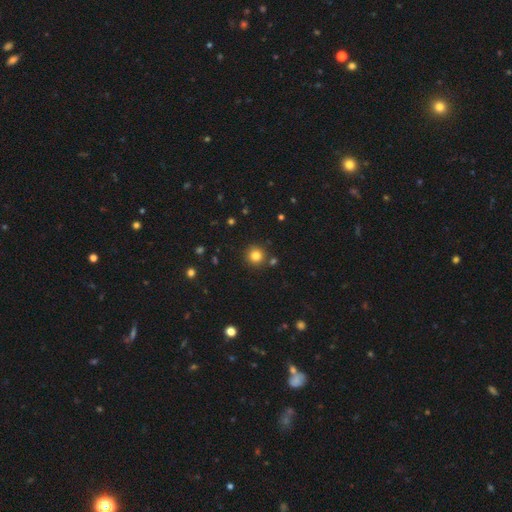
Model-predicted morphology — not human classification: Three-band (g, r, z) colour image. It shows a smooth galaxy with no disk features (81%) that is round (94%). Merging: none (86%).